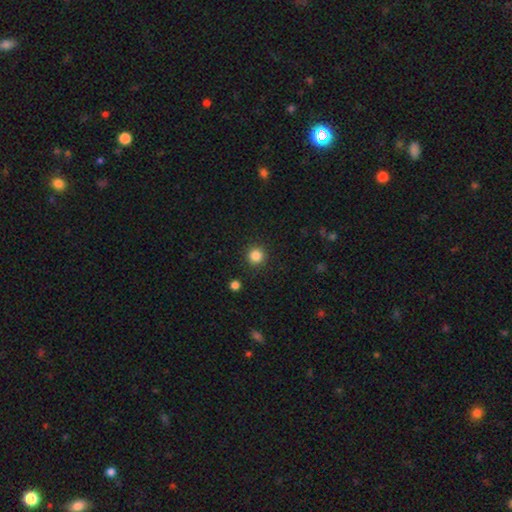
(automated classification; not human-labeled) A smooth galaxy with no disk features (85%) that is round (95%). Merging: none (92%).